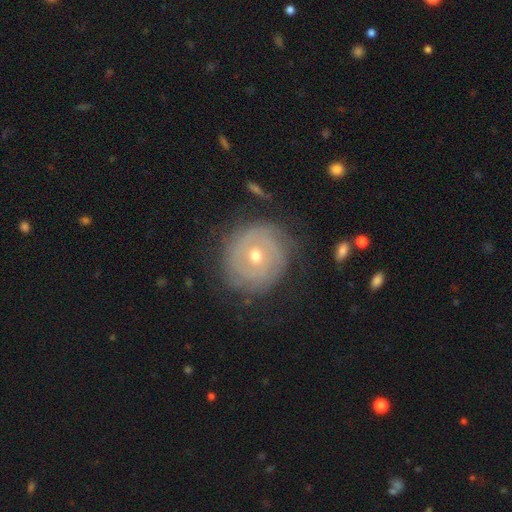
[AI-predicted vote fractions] Smooth or featured?
  - featured or disk: 70% *
  - smooth: 23%
  - star or artifact: 8%
Edge-on disk?
  - no: 97% *
  - yes: 3%
Bar?
  - no: 74% *
  - weak: 21%
  - strong: 5%
Spiral arms?
  - yes: 78% *
  - no: 22%
Spiral winding?
  - tight: 79% *
  - medium: 15%
  - loose: 6%
Spiral arm count?
  - can't tell: 46% *
  - 2: 24%
  - 3: 12%
  - 4: 7%
  - 1: 6%
  - more than 4: 5%
Bulge size?
  - moderate: 54% *
  - small: 43%
  - large: 2%
  - dominant: 1%
  - none: 1%
Merging?
  - none: 76% *
  - minor disturbance: 16%
  - major disturbance: 7%
  - merger: 2%